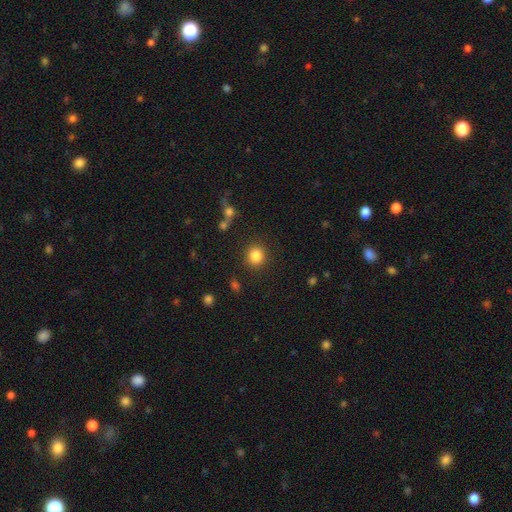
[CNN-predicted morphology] Smooth or featured? Predicted: smooth (p=0.85). How rounded? Predicted: round (p=0.85). Merging? Predicted: none (p=0.87).